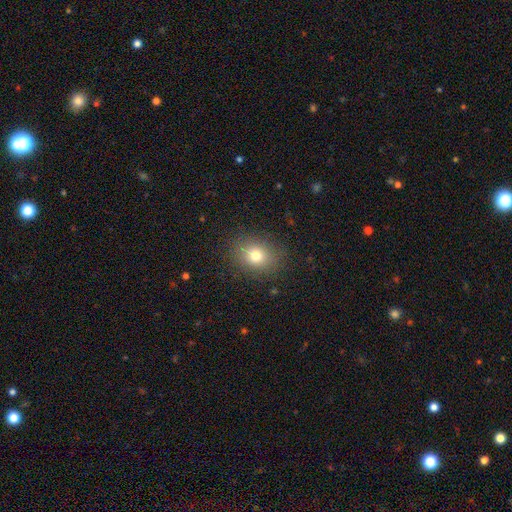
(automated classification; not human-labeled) smooth_or_featured: smooth (p=0.76) [alt: star or artifact p=0.14]
how_rounded: round (p=0.56) [alt: in between p=0.42]
merging: none (p=0.86) [alt: minor disturbance p=0.10]